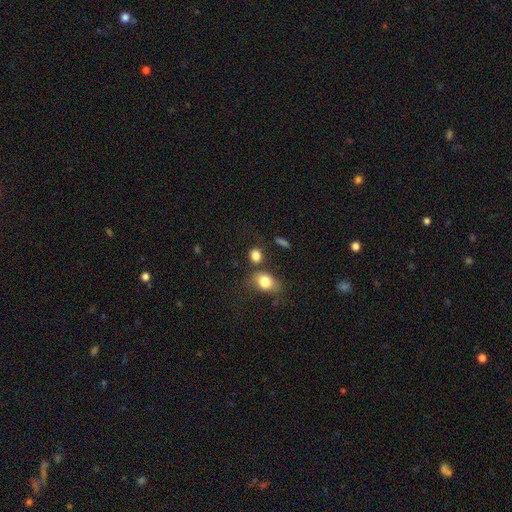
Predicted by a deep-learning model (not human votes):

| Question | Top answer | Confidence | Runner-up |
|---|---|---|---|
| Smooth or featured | smooth | 83% | star or artifact (10%) |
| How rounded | round | 52% | in between (46%) |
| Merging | none | 63% | merger (16%) |